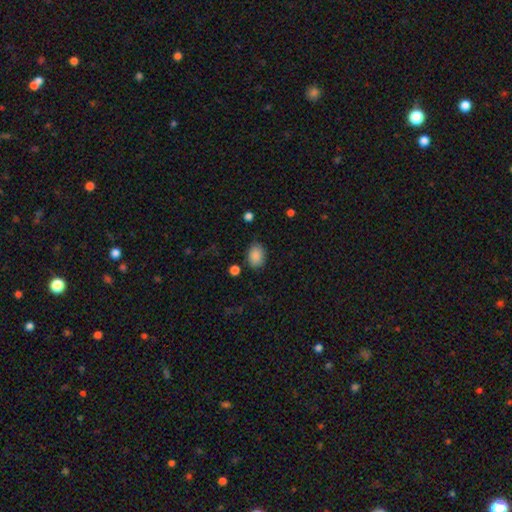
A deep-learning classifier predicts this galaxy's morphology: This appears to be a smooth galaxy with no disk features (87%) that is in between round and cigar-shaped (73%). Merging: none (78%).